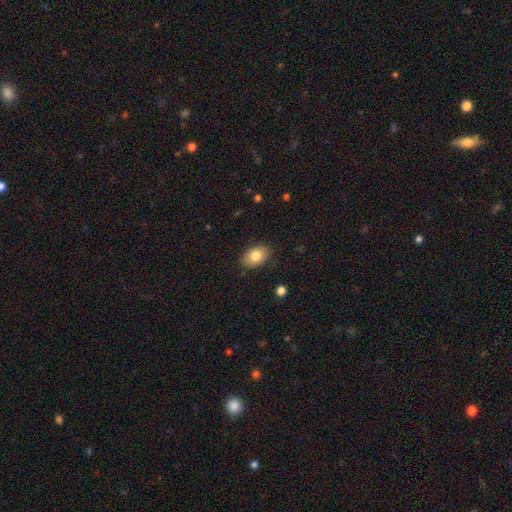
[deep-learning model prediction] smooth_or_featured: smooth (p=0.81) [alt: featured or disk p=0.12]
how_rounded: in between (p=0.87) [alt: round p=0.12]
merging: none (p=0.85) [alt: minor disturbance p=0.11]